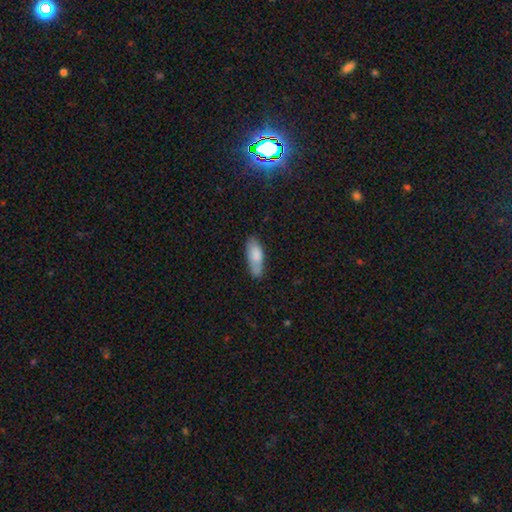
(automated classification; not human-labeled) This appears to be a smooth galaxy with no disk features (81%) that is in between round and cigar-shaped (68%). Merging: none (69%).